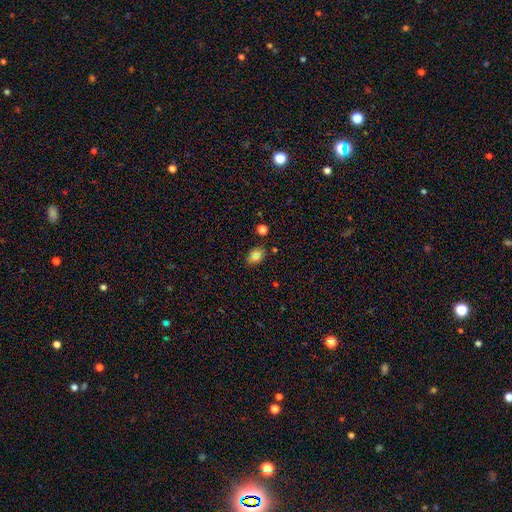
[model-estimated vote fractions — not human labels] Smooth or featured? Predicted: smooth (p=0.80). How rounded? Predicted: in between (p=0.73). Merging? Predicted: none (p=0.79).